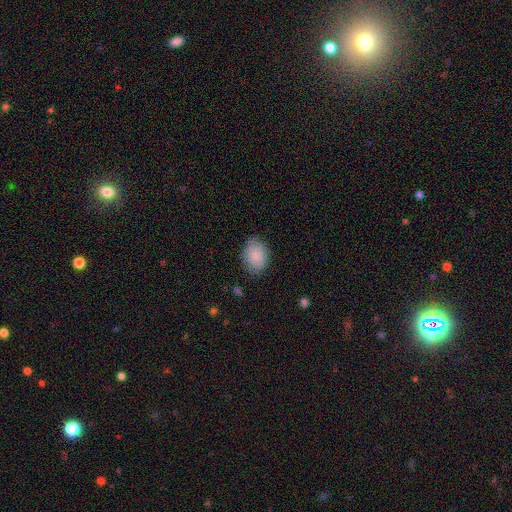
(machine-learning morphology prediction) smooth-or-featured: smooth: 87% | star or artifact: 7% | featured or disk: 6%
  how-rounded: in between: 72% | round: 27% | cigar-shaped: 1%
  merging: none: 80% | minor disturbance: 15% | major disturbance: 4% | merger: 1%